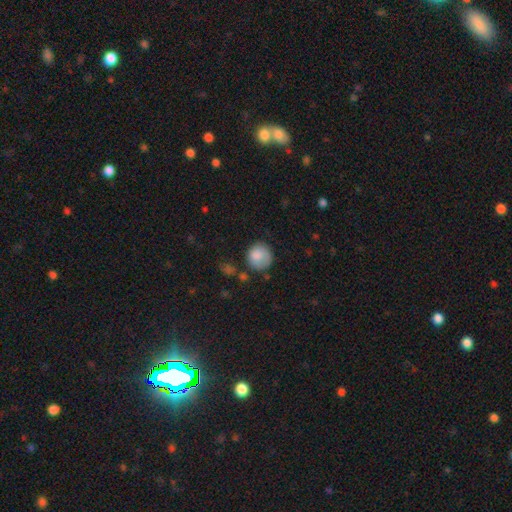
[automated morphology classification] Smooth or featured?
  - smooth: 83% *
  - featured or disk: 9%
  - star or artifact: 8%
How rounded?
  - round: 87% *
  - in between: 12%
  - cigar-shaped: 1%
Merging?
  - none: 67% *
  - minor disturbance: 22%
  - major disturbance: 7%
  - merger: 4%